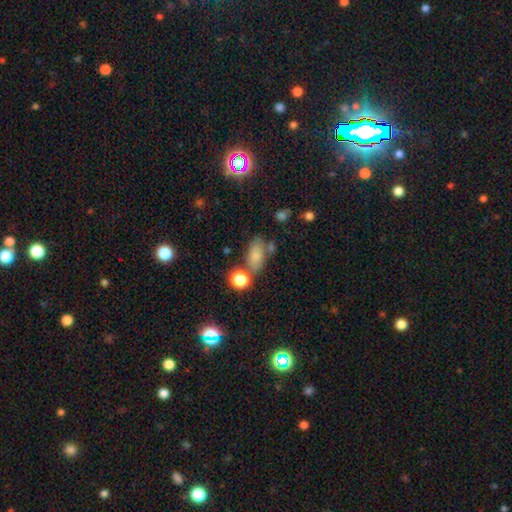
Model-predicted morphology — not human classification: Overall: smooth (77%). How rounded: in between (84%). Merging: none (55%; minor disturbance 19%).